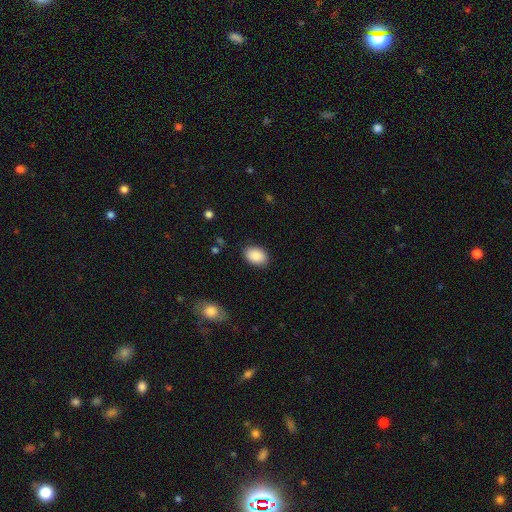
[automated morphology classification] This is clearly a smooth galaxy (89%). How rounded: clearly in between (82%). Merging: clearly none (86%).